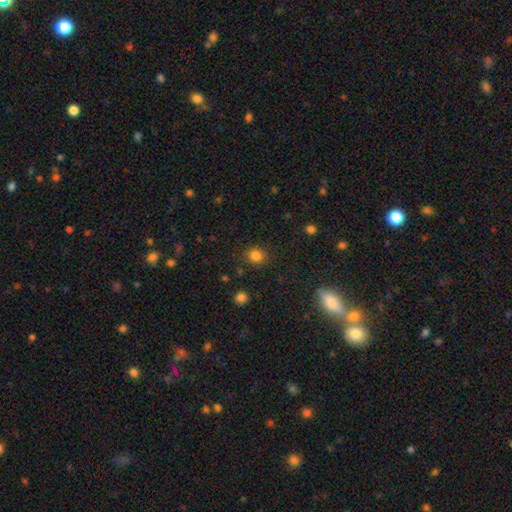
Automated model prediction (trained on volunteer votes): Smooth or featured? Predicted: smooth (p=0.83). How rounded? Predicted: round (p=0.82). Merging? Predicted: none (p=0.87).